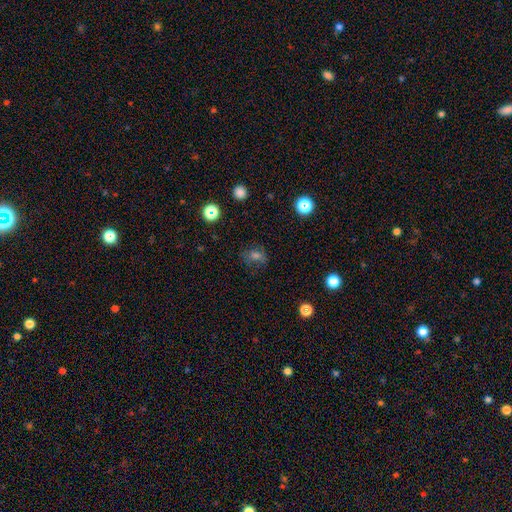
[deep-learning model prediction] Smooth or featured?
  - smooth: 57% *
  - star or artifact: 26%
  - featured or disk: 17%
How rounded?
  - round: 50% *
  - in between: 48%
  - cigar-shaped: 2%
Merging?
  - none: 64% *
  - minor disturbance: 21%
  - major disturbance: 12%
  - merger: 3%